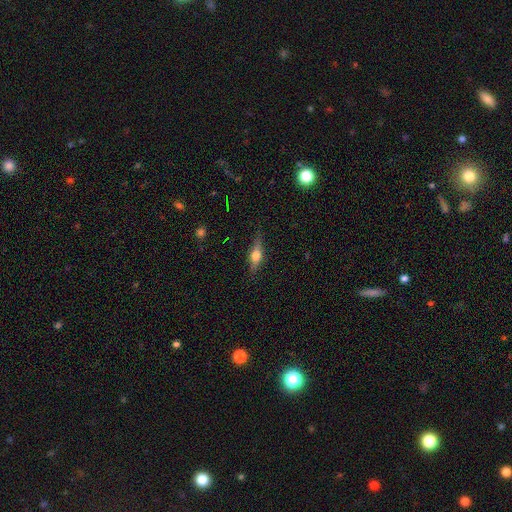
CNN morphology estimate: The model was most divided on "smooth or featured": featured or disk: 54%, smooth: 38%, star or artifact: 8%. More confident: edge-on disk — yes (93%); merging — none (83%).